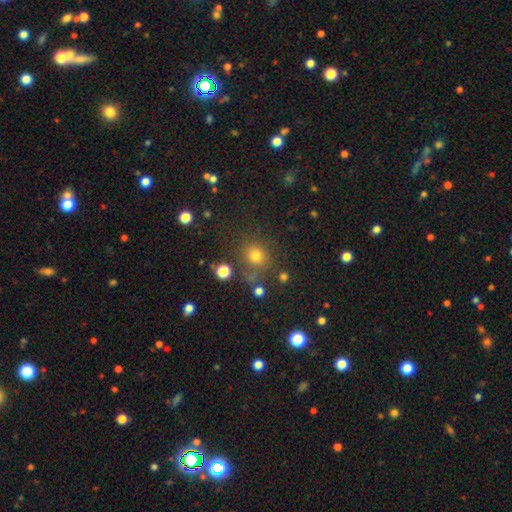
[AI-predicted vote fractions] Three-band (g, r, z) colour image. It shows a smooth galaxy with no disk features (73%) that is round (85%). Merging: none (75%).